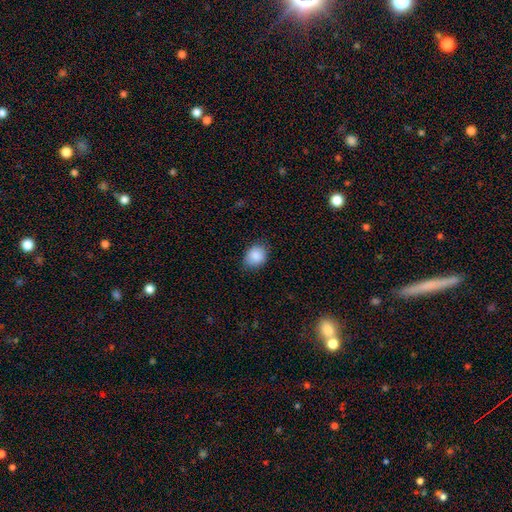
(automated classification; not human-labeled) The model was most divided on "how rounded": round: 54%, in between: 45%, cigar-shaped: 1%. More confident: smooth or featured — smooth (88%); merging — none (81%).